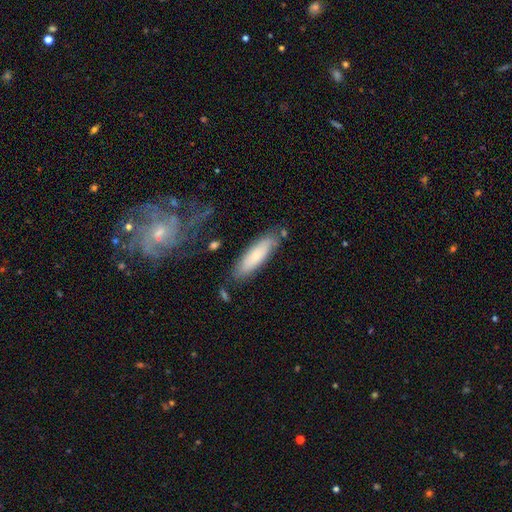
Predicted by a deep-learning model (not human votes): Overall: smooth (69%). How rounded: cigar-shaped (62%; in between 36%). Merging: none (76%).